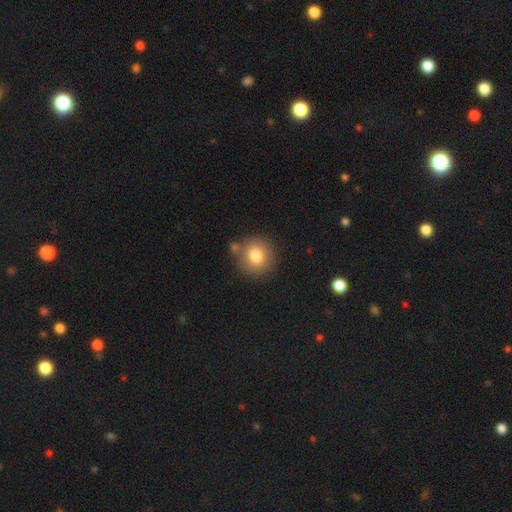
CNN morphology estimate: This is likely a smooth galaxy (79%). How rounded: clearly round (92%). Merging: likely none (78%).